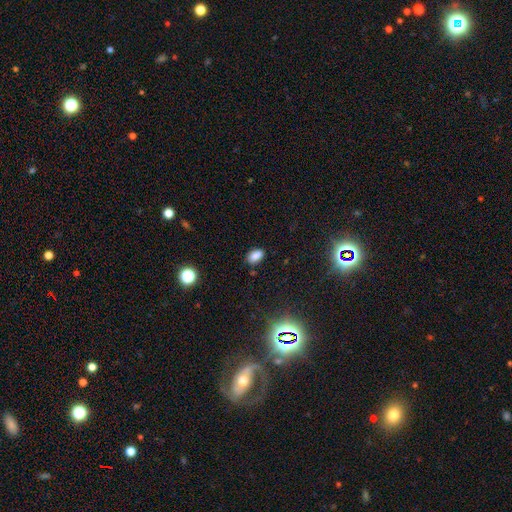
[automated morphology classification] smooth 82%, star or artifact 14%, featured or disk 5%. Down the decision tree: how rounded — in between (89%); merging — none (83%).